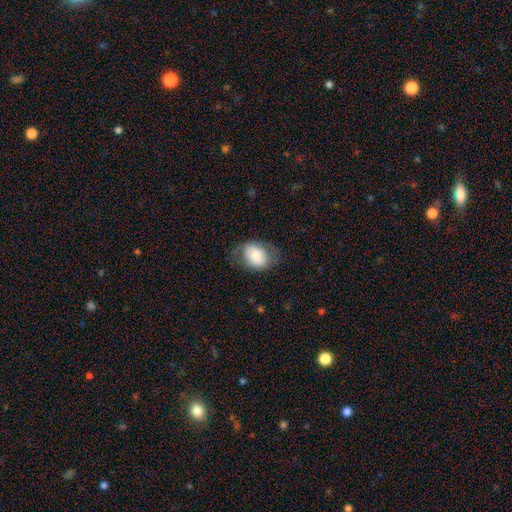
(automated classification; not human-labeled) Q: Smooth or featured?
A: smooth (67%); runner-up: featured or disk (26%)
Q: How rounded?
A: in between (70%); runner-up: round (29%)
Q: Merging?
A: none (66%); runner-up: minor disturbance (21%)